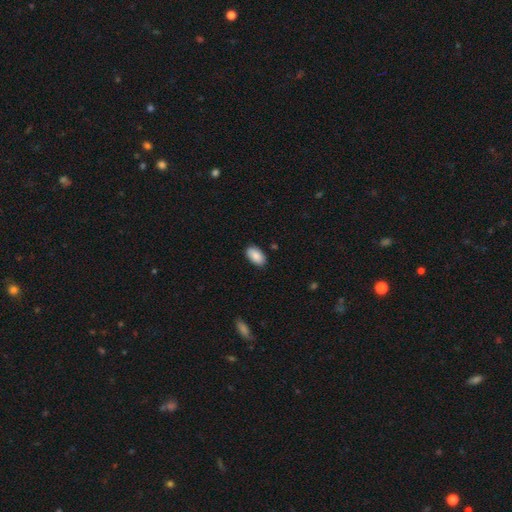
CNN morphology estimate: Overall: smooth (89%). How rounded: in between (95%). Merging: none (87%).